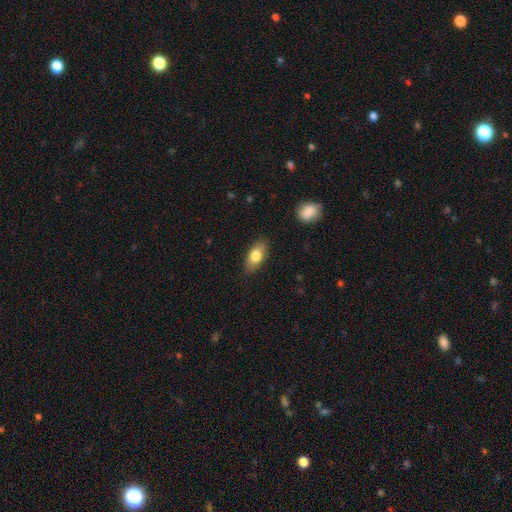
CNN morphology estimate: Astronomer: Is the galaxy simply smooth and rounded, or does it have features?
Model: smooth — 78%.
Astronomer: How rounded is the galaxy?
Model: in between — 88%.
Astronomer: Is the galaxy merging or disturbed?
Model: none — 84%.